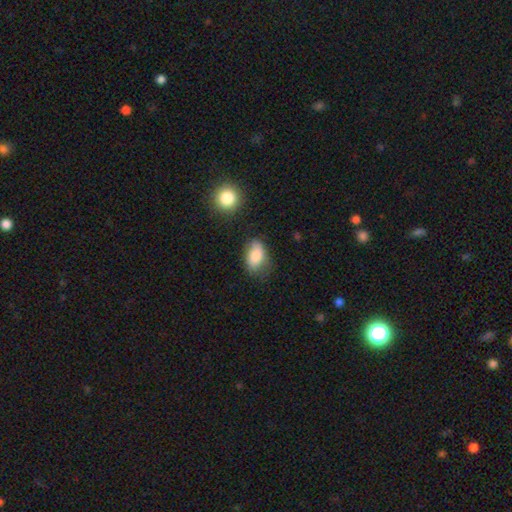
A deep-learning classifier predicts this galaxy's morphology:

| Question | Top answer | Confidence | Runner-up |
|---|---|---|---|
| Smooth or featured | smooth | 81% | featured or disk (11%) |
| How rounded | in between | 89% | round (9%) |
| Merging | none | 63% | minor disturbance (27%) |